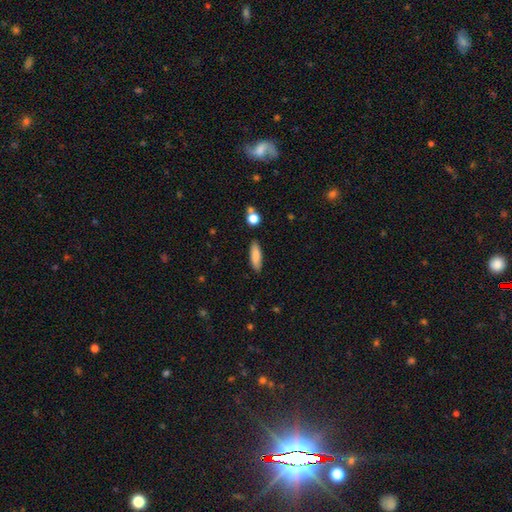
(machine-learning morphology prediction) Smooth or featured?
  - smooth: 85% *
  - featured or disk: 8%
  - star or artifact: 7%
How rounded?
  - cigar-shaped: 50% *
  - in between: 48%
  - round: 2%
Merging?
  - none: 85% *
  - minor disturbance: 10%
  - merger: 2%
  - major disturbance: 2%